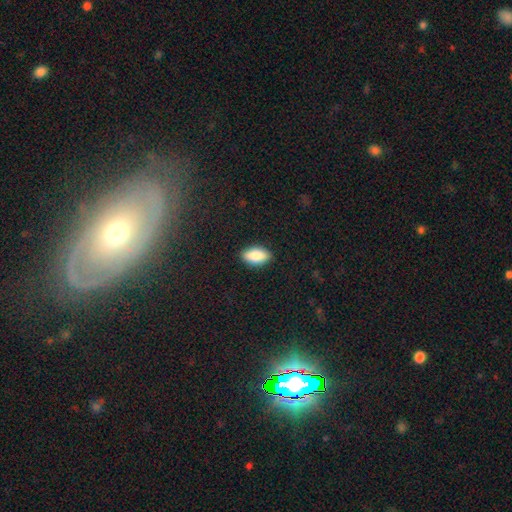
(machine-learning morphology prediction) smooth-or-featured: smooth: 84% | featured or disk: 9% | star or artifact: 7%
  how-rounded: in between: 91% | cigar-shaped: 6% | round: 4%
  merging: none: 89% | minor disturbance: 8% | major disturbance: 2% | merger: 1%